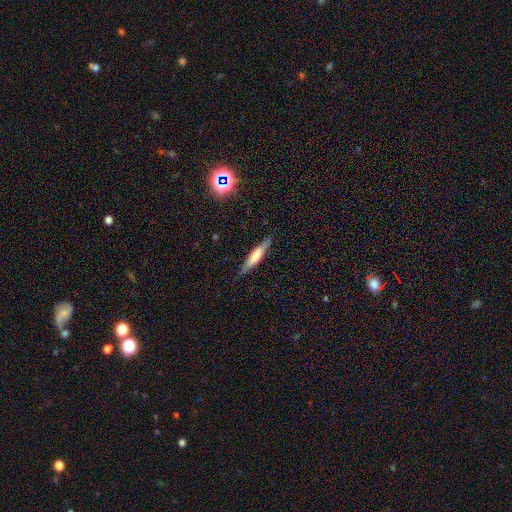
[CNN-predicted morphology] A smooth galaxy with no disk features (55%) that is cigar-shaped (87%).

Vote fractions:
- Smooth or featured? smooth: 55% / featured or disk: 38% / star or artifact: 7%
- How rounded? cigar-shaped: 87% / in between: 12% / round: 1%
- Merging? none: 83% / minor disturbance: 13% / major disturbance: 3% / merger: 1%